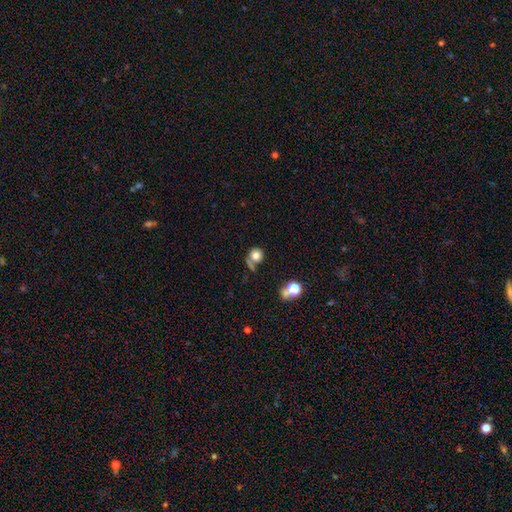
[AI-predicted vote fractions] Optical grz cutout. It shows a smooth galaxy with no disk features (76%) that is round (85%). Merging: none (49%).